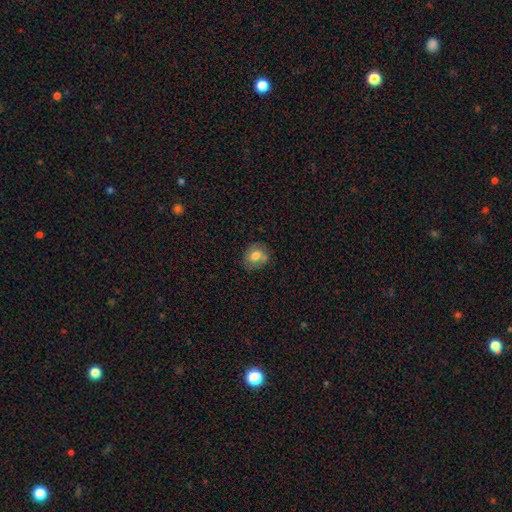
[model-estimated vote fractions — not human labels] Smooth or featured? Predicted: smooth (p=0.72). How rounded? Predicted: round (p=0.60). Merging? Predicted: none (p=0.68).